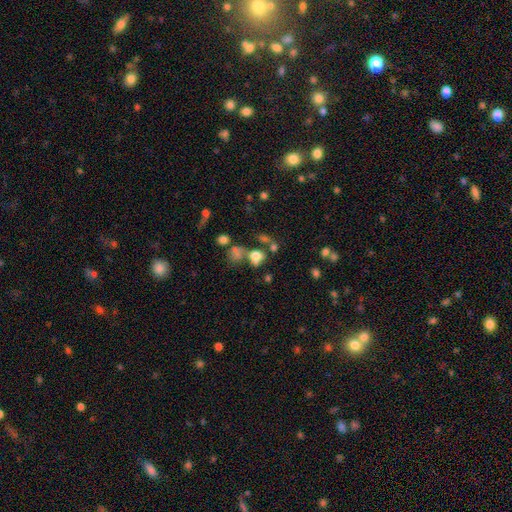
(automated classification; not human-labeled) Smooth or featured?
  - smooth: 67% *
  - star or artifact: 17%
  - featured or disk: 16%
How rounded?
  - round: 51% *
  - in between: 47%
  - cigar-shaped: 2%
Merging?
  - none: 37% *
  - merger: 36%
  - minor disturbance: 14%
  - major disturbance: 13%